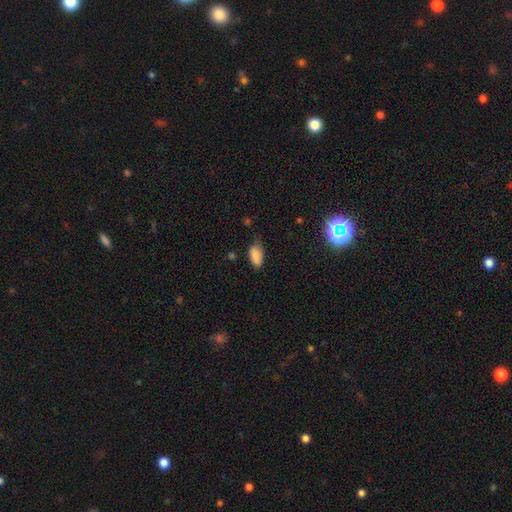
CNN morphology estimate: smooth-or-featured: smooth: 85% | star or artifact: 9% | featured or disk: 6%
  how-rounded: in between: 92% | cigar-shaped: 4% | round: 4%
  merging: none: 59% | minor disturbance: 32% | major disturbance: 6% | merger: 2%